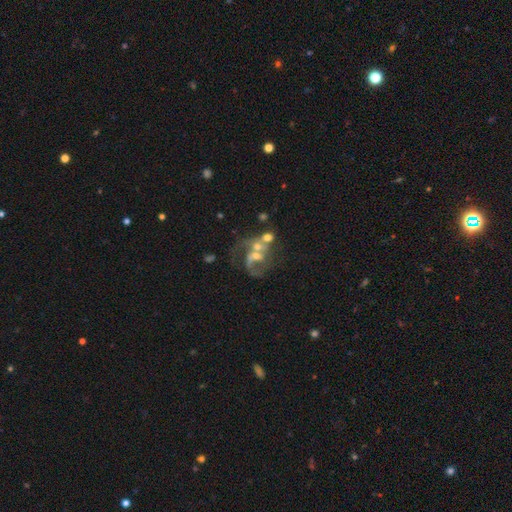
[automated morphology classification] A featured or disk galaxy (69%) with no bar (58%), spiral arms (71%) and a moderate central bulge (47%).

Vote fractions:
- Smooth or featured? featured or disk: 69% / smooth: 20% / star or artifact: 11%
- Edge-on disk? no: 98% / yes: 2%
- Bar? no: 58% / weak: 31% / strong: 11%
- Spiral arms? yes: 71% / no: 29%
- Bulge size? moderate: 47% / small: 35% / none: 10% / large: 6% / dominant: 2%
- Merging? merger: 44% / none: 23% / major disturbance: 22% / minor disturbance: 11%